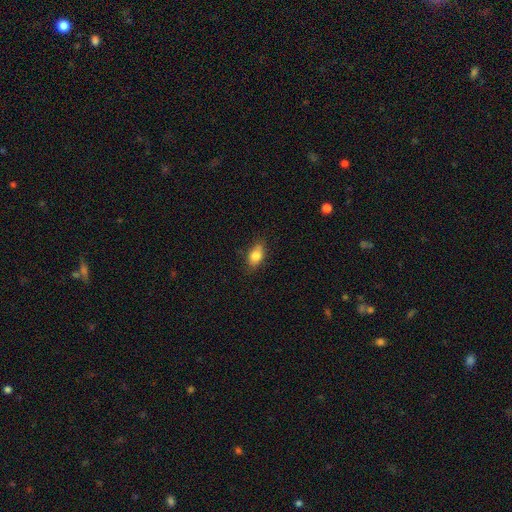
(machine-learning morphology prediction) smooth 81%, featured or disk 11%, star or artifact 8%. Down the decision tree: how rounded — in between (83%); merging — none (78%).